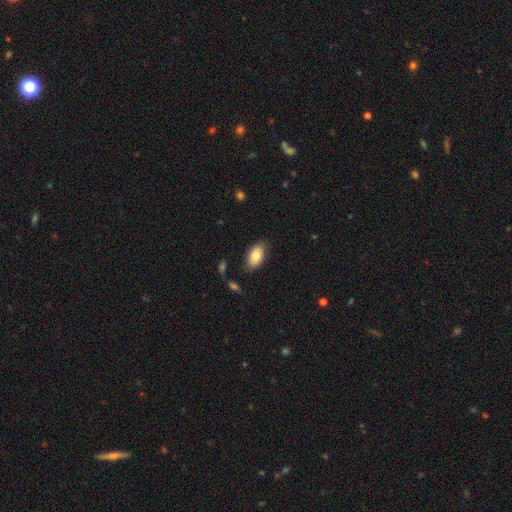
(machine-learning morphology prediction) A smooth galaxy with no disk features (82%) that is in between round and cigar-shaped (94%). Merging: none (81%).